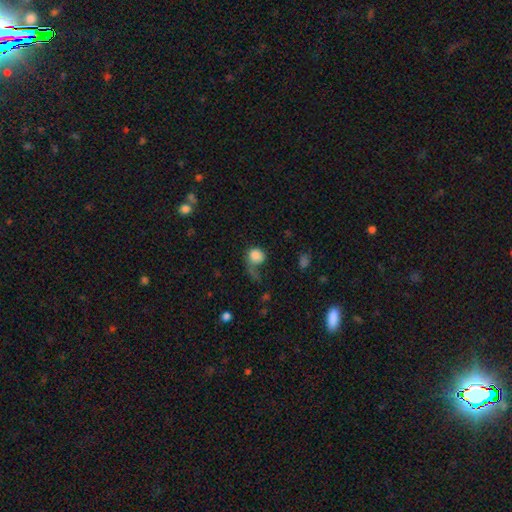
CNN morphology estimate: smooth 80%, featured or disk 12%, star or artifact 8%. Down the decision tree: how rounded — round (74%); merging — major disturbance (46%).